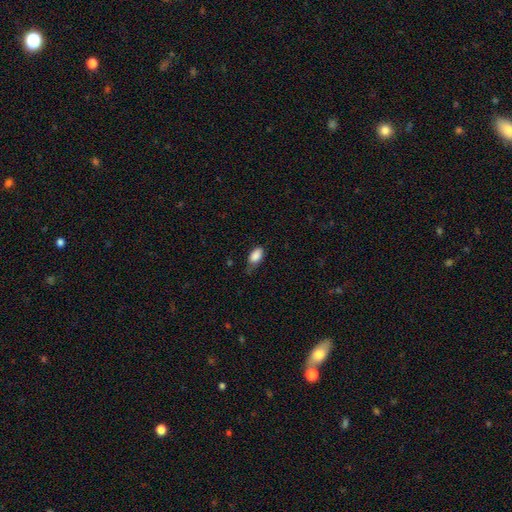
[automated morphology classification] Q: Smooth or featured?
A: smooth (87%); runner-up: star or artifact (7%)
Q: How rounded?
A: in between (92%); runner-up: round (4%)
Q: Merging?
A: none (50%); runner-up: minor disturbance (37%)